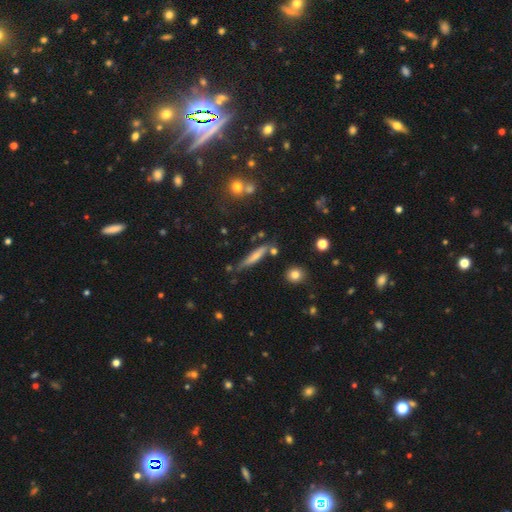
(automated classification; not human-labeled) smooth 57%, featured or disk 35%, star or artifact 9%. Down the decision tree: how rounded — cigar-shaped (86%); merging — none (68%).